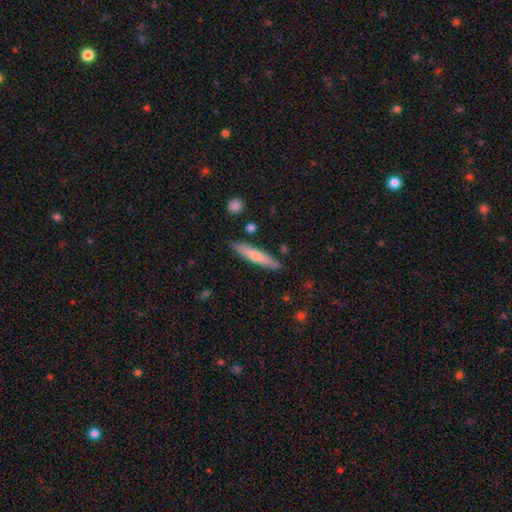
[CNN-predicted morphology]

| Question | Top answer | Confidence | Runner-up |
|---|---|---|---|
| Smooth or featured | smooth | 65% | featured or disk (29%) |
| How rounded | cigar-shaped | 89% | in between (9%) |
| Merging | none | 86% | minor disturbance (10%) |